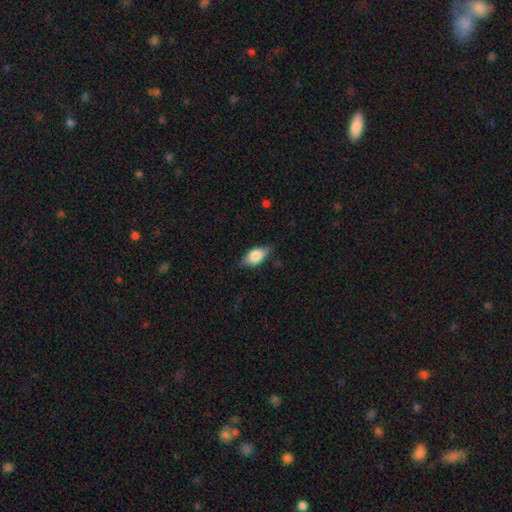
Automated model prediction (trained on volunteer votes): Smooth or featured?
  - smooth: 74% *
  - featured or disk: 19%
  - star or artifact: 7%
How rounded?
  - in between: 87% *
  - cigar-shaped: 7%
  - round: 6%
Merging?
  - none: 76% *
  - minor disturbance: 19%
  - major disturbance: 4%
  - merger: 1%